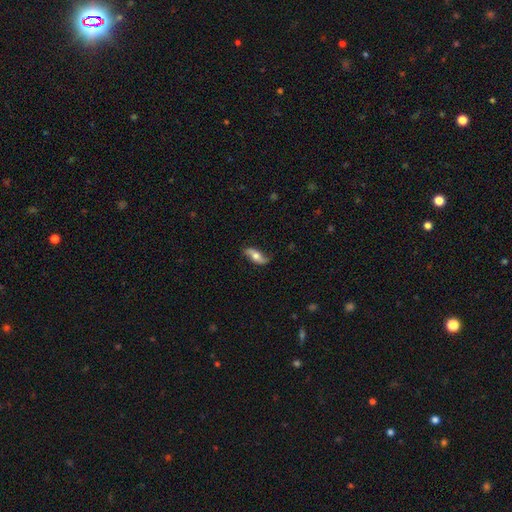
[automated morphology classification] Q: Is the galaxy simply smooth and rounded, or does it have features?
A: featured or disk — 58%.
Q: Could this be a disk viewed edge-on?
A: no — 76%.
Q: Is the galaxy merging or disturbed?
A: none — 75%.